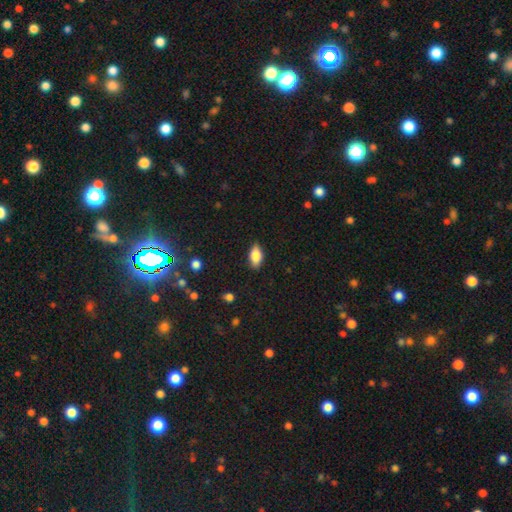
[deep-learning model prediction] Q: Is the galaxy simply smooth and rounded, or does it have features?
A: smooth — 80%.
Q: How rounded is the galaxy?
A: in between — 88%.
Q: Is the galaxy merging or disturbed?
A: none — 84%.